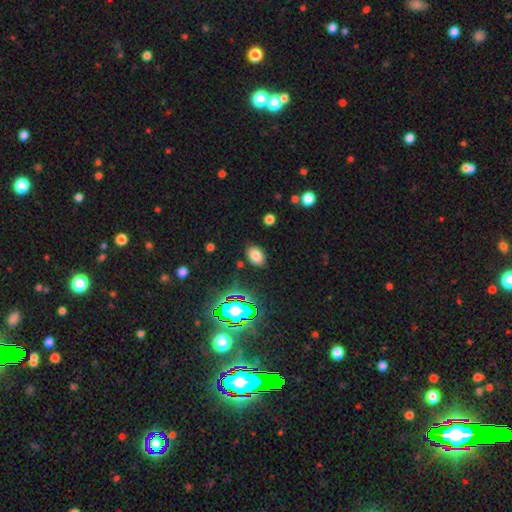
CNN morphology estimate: smooth_or_featured: smooth (p=0.75) [alt: star or artifact p=0.17]
how_rounded: in between (p=0.85) [alt: round p=0.14]
merging: none (p=0.85) [alt: minor disturbance p=0.10]